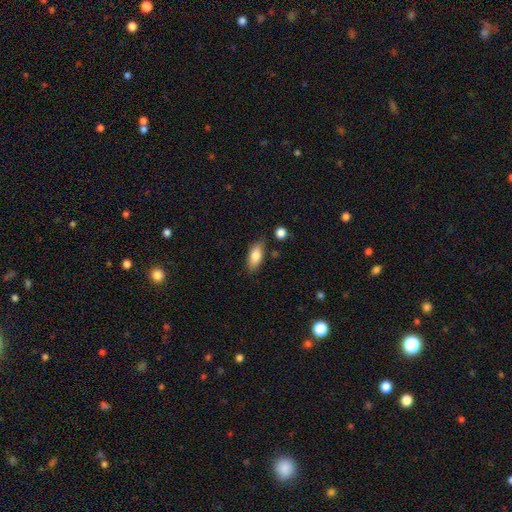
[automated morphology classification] smooth-or-featured: smooth: 78% | featured or disk: 15% | star or artifact: 7%
  how-rounded: in between: 80% | cigar-shaped: 16% | round: 4%
  merging: none: 79% | minor disturbance: 14% | merger: 4% | major disturbance: 3%